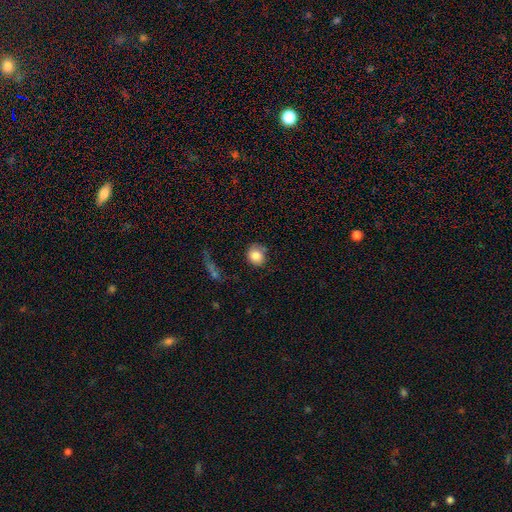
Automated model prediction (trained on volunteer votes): This is clearly a smooth galaxy (83%). How rounded: likely round (74%). Merging: likely none (65%).